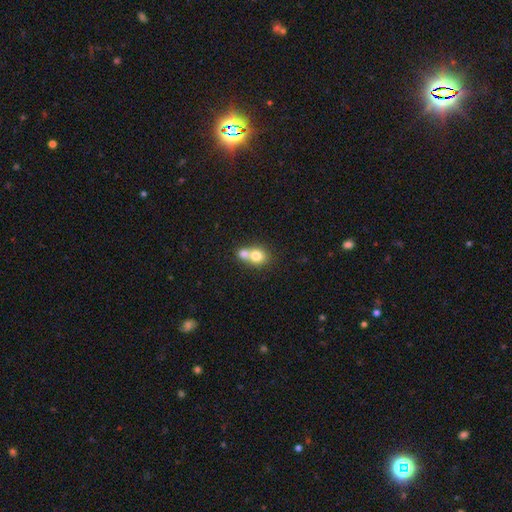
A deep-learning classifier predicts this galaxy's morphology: type=smooth (74%); roundness=round (68%); merging=merger (66%).